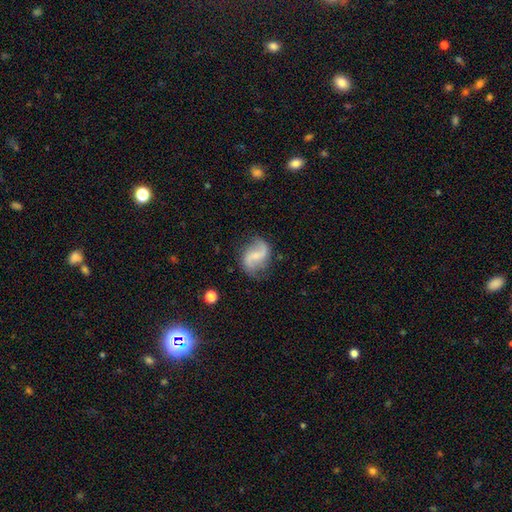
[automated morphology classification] smooth_or_featured: featured or disk (p=0.79) [alt: smooth p=0.15]
disk_edge_on: no (p=0.98) [alt: yes p=0.02]
bar: weak (p=0.46) [alt: no p=0.32]
has_spiral_arms: yes (p=0.94) [alt: no p=0.06]
spiral_winding: loose (p=0.71) [alt: medium p=0.24]
spiral_arm_count: 2 (p=0.91) [alt: can't tell p=0.03]
bulge_size: small (p=0.50) [alt: none p=0.29]
merging: none (p=0.75) [alt: minor disturbance p=0.17]